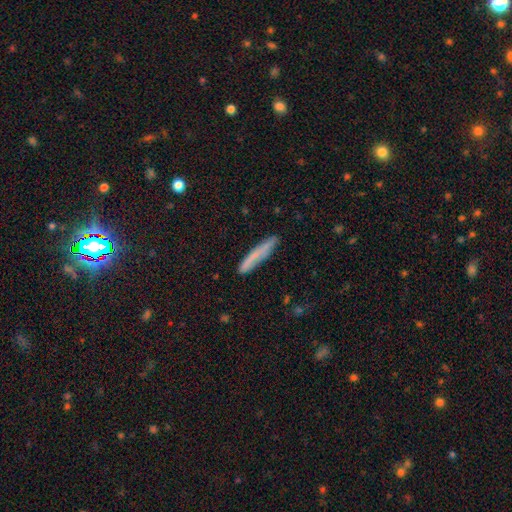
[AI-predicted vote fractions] smooth 70%, featured or disk 22%, star or artifact 8%. Down the decision tree: how rounded — cigar-shaped (93%); merging — none (81%).